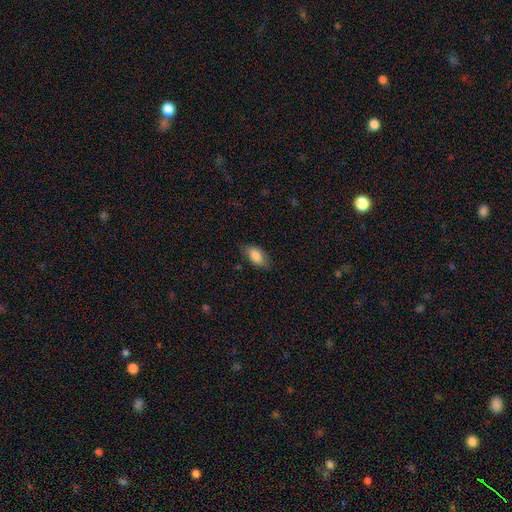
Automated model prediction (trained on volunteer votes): Smooth or featured: smooth — 83% (featured or disk — 11%)
How rounded: in between — 90% (cigar-shaped — 7%)
Merging: none — 77% (minor disturbance — 18%)